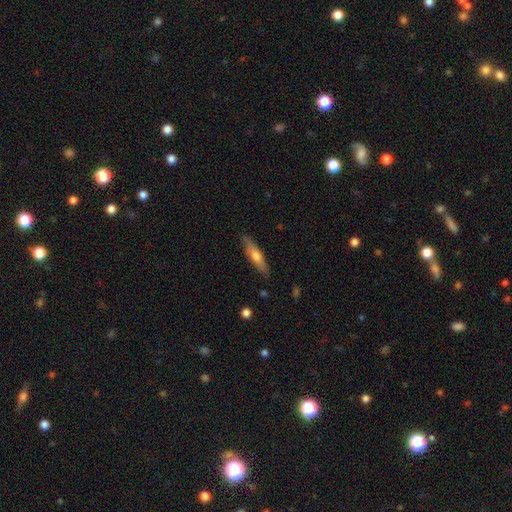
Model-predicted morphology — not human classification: This appears to be a smooth galaxy with no disk features (51%) that is cigar-shaped (78%). Merging: none (87%).